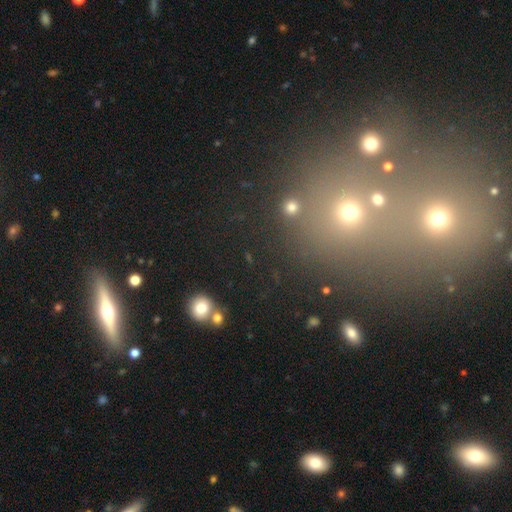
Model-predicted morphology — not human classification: star or artifact 43%, smooth 39%, featured or disk 18%.